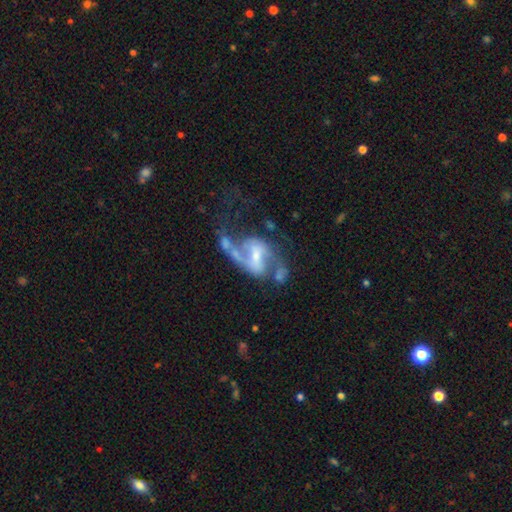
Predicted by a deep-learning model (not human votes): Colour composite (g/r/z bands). It shows a featured or disk galaxy (81%) with a weak bar (48%), 2 (74%) loose (51%) spiral arms (86%) and a small central bulge (42%). Merging: major disturbance (34%).